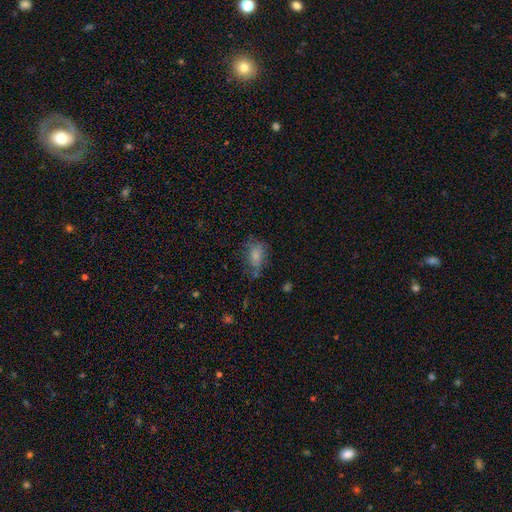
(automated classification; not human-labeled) A smooth galaxy with no disk features (77%) that is in between round and cigar-shaped (86%).

Vote fractions:
- Smooth or featured? smooth: 77% / featured or disk: 13% / star or artifact: 10%
- How rounded? in between: 86% / round: 10% / cigar-shaped: 4%
- Merging? none: 54% / minor disturbance: 28% / major disturbance: 14% / merger: 3%